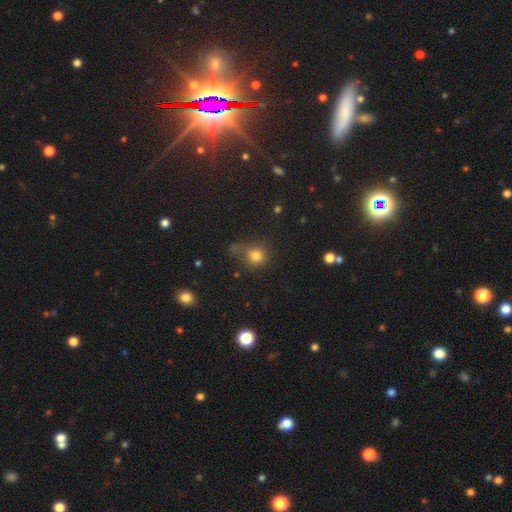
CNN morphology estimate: A smooth galaxy with no disk features (77%) that is round (84%).

Vote fractions:
- Smooth or featured? smooth: 77% / star or artifact: 16% / featured or disk: 8%
- How rounded? round: 84% / in between: 15% / cigar-shaped: 1%
- Merging? none: 54% / minor disturbance: 21% / major disturbance: 14% / merger: 12%